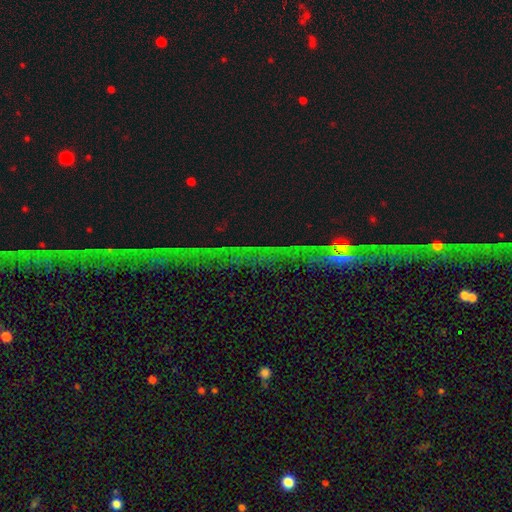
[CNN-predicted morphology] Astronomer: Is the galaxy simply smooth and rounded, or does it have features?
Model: star or artifact — 82%.